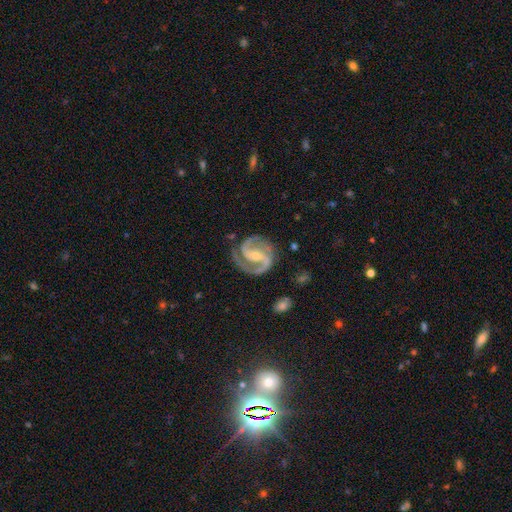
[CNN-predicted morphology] The model was most divided on "bar": strong: 40%, weak: 36%, no: 24%. More confident: spiral arms — yes (98%); edge-on disk — no (98%); smooth or featured — featured or disk (92%); spiral arm count — 2 (88%); merging — none (77%); bulge size — small (61%); spiral winding — medium (58%).